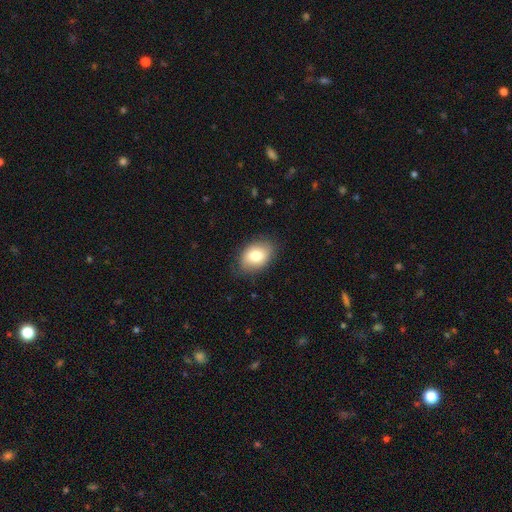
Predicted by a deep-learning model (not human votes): Q: Smooth or featured?
A: smooth (79%); runner-up: featured or disk (14%)
Q: How rounded?
A: in between (81%); runner-up: round (17%)
Q: Merging?
A: none (81%); runner-up: minor disturbance (15%)